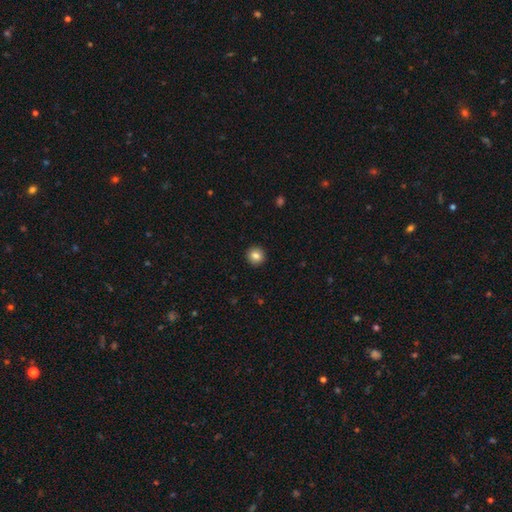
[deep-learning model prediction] smooth_or_featured: smooth (p=0.84) [alt: star or artifact p=0.10]
how_rounded: round (p=0.94) [alt: in between p=0.05]
merging: none (p=0.93) [alt: minor disturbance p=0.04]